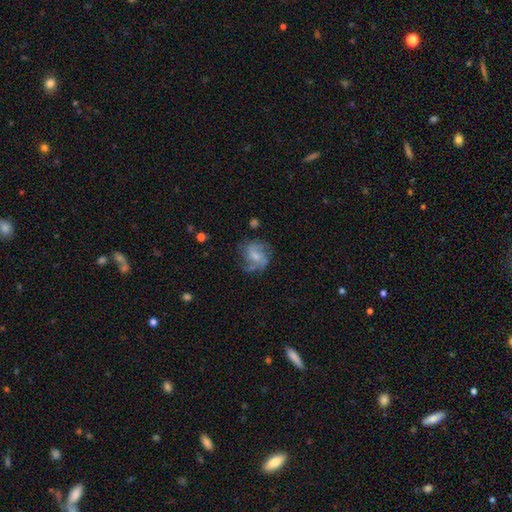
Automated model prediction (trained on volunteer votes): smooth_or_featured: featured or disk (p=0.63) [alt: smooth p=0.28]
disk_edge_on: no (p=0.98) [alt: yes p=0.02]
bar: no (p=0.49) [alt: weak p=0.42]
has_spiral_arms: yes (p=0.83) [alt: no p=0.17]
spiral_winding: medium (p=0.46) [alt: loose p=0.28]
spiral_arm_count: 2 (p=0.33) [alt: can't tell p=0.26]
bulge_size: small (p=0.47) [alt: moderate p=0.41]
merging: none (p=0.60) [alt: minor disturbance p=0.23]